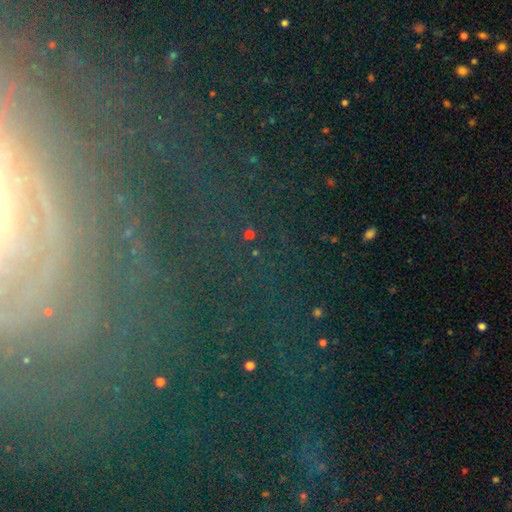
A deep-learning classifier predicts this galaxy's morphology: This appears to be a star or artifact, not a galaxy (43%).